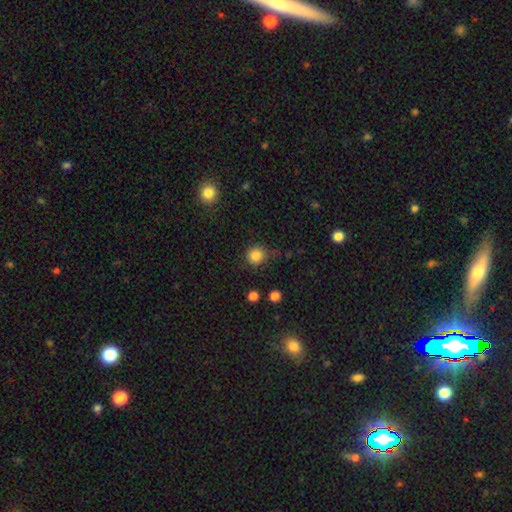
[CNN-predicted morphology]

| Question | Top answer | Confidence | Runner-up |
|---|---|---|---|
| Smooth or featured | smooth | 84% | star or artifact (11%) |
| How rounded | round | 92% | in between (7%) |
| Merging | none | 82% | minor disturbance (12%) |